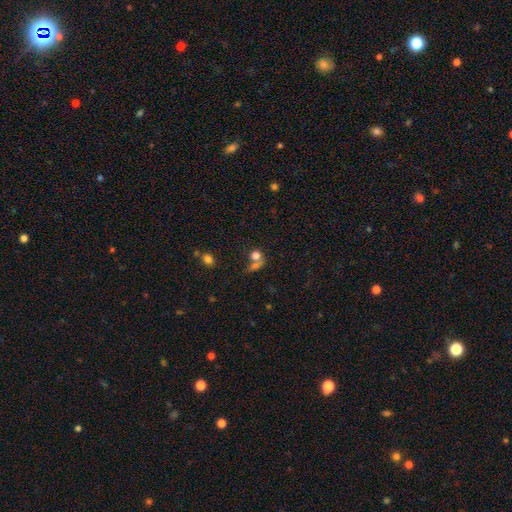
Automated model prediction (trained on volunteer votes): Q: Smooth or featured?
A: smooth (72%); runner-up: star or artifact (15%)
Q: How rounded?
A: round (75%); runner-up: in between (24%)
Q: Merging?
A: merger (49%); runner-up: none (34%)